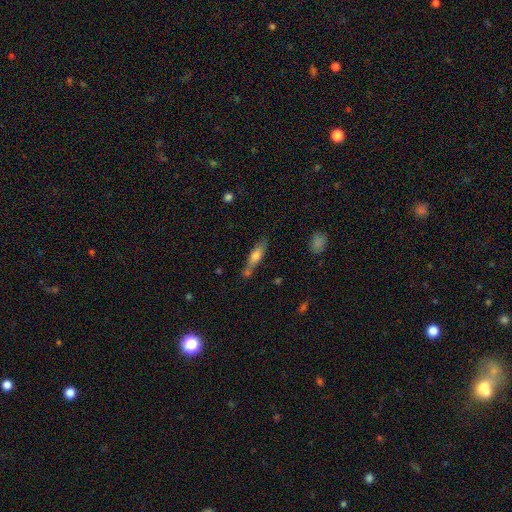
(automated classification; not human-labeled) Overall: smooth (58%; featured or disk 35%). How rounded: cigar-shaped (69%). Merging: none (62%).